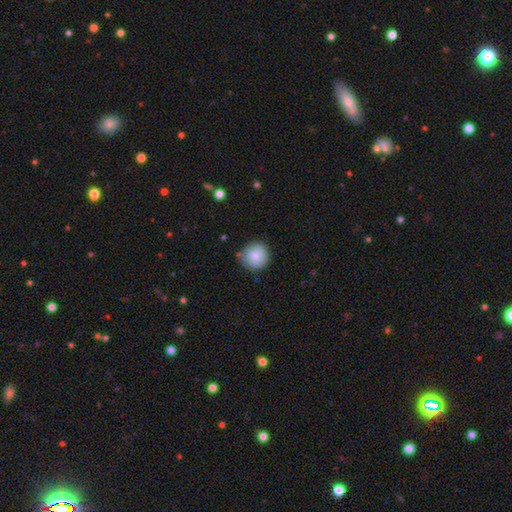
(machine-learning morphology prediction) Q: Smooth or featured?
A: smooth (85%); runner-up: star or artifact (8%)
Q: How rounded?
A: round (94%); runner-up: in between (5%)
Q: Merging?
A: none (78%); runner-up: minor disturbance (17%)